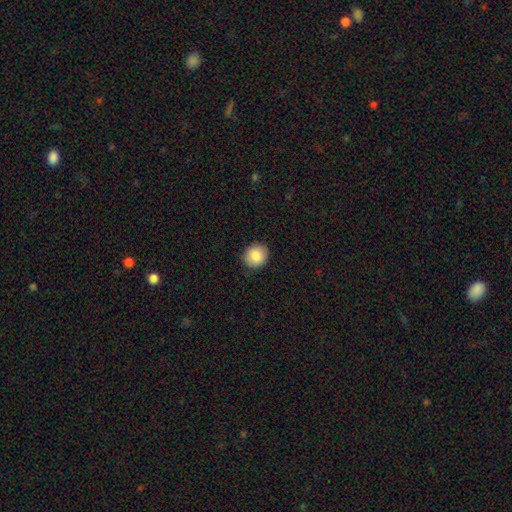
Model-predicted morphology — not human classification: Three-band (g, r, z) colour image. It shows a smooth galaxy with no disk features (86%) that is round (84%). Merging: none (89%).